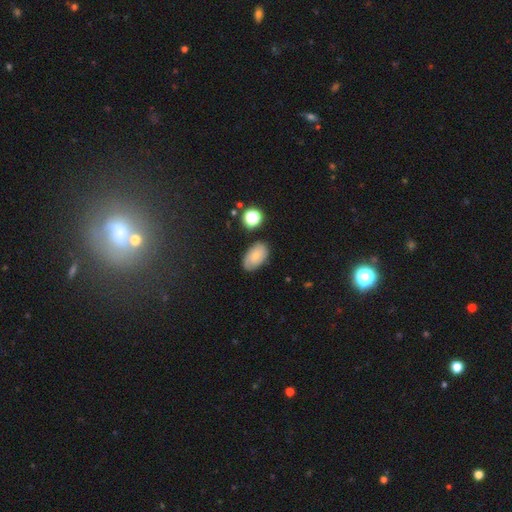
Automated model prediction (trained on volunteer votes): Smooth or featured?
  - smooth: 64% *
  - featured or disk: 25%
  - star or artifact: 11%
How rounded?
  - in between: 91% *
  - round: 8%
  - cigar-shaped: 2%
Merging?
  - none: 76% *
  - minor disturbance: 17%
  - major disturbance: 4%
  - merger: 3%